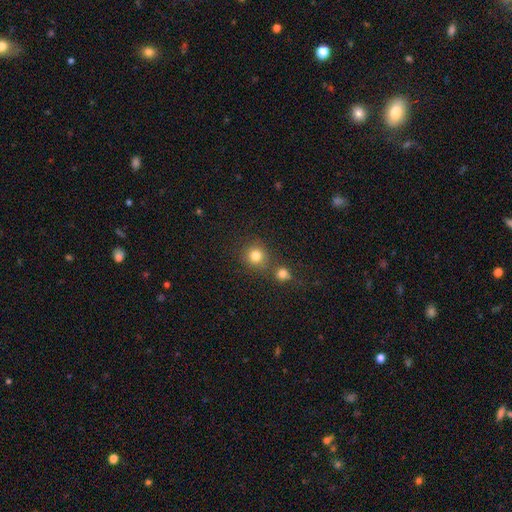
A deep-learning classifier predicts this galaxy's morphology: smooth-or-featured: smooth: 80% | star or artifact: 13% | featured or disk: 6%
  how-rounded: round: 90% | in between: 10% | cigar-shaped: 1%
  merging: none: 69% | merger: 19% | minor disturbance: 9% | major disturbance: 3%